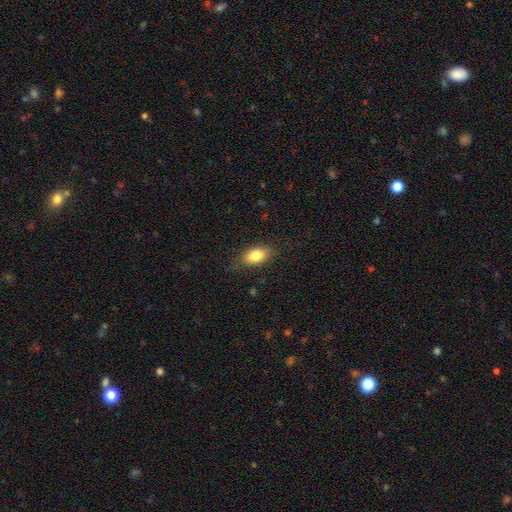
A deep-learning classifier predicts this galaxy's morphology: smooth-or-featured: smooth: 82% | featured or disk: 10% | star or artifact: 8%
  how-rounded: in between: 87% | round: 7% | cigar-shaped: 6%
  merging: none: 78% | minor disturbance: 16% | major disturbance: 5% | merger: 1%